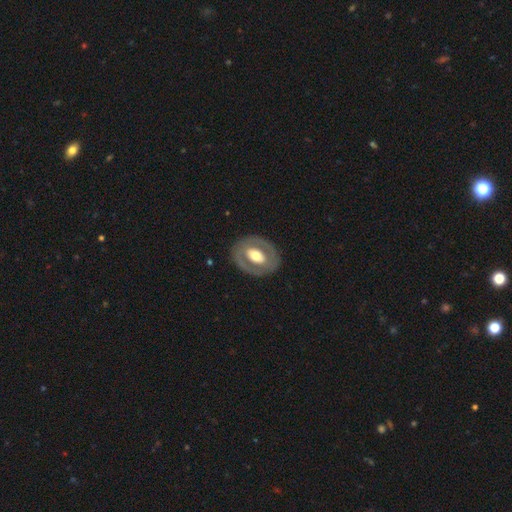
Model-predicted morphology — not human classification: Smooth or featured? featured or disk (61%)
Edge-on disk? no (93%)
Bar? no (51%)
Spiral arms? no (79%)
Bulge size? moderate (60%)
Merging? none (82%)